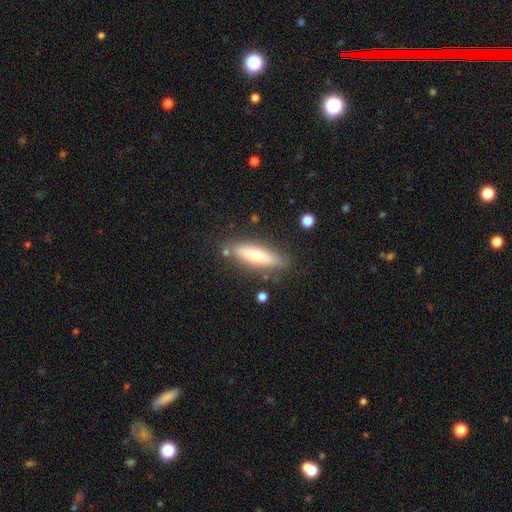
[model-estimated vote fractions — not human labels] The model was most divided on "smooth or featured": smooth: 55%, featured or disk: 38%, star or artifact: 7%. More confident: merging — none (80%); how rounded — cigar-shaped (58%).